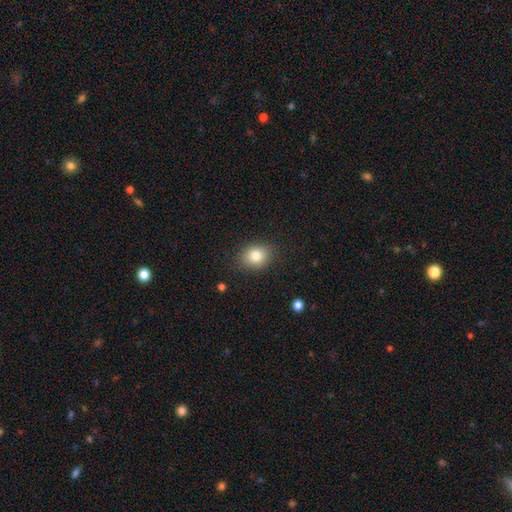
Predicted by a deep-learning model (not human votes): Q: Smooth or featured?
A: smooth (81%); runner-up: star or artifact (10%)
Q: How rounded?
A: round (52%); runner-up: in between (47%)
Q: Merging?
A: none (86%); runner-up: minor disturbance (10%)